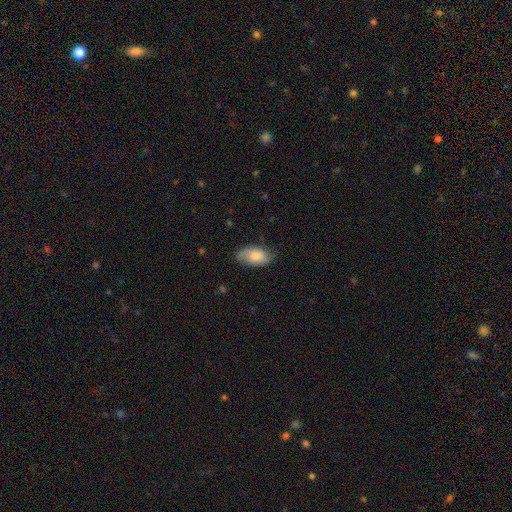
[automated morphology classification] smooth_or_featured: smooth (p=0.72) [alt: featured or disk p=0.22]
how_rounded: in between (p=0.94) [alt: round p=0.04]
merging: none (p=0.71) [alt: minor disturbance p=0.23]